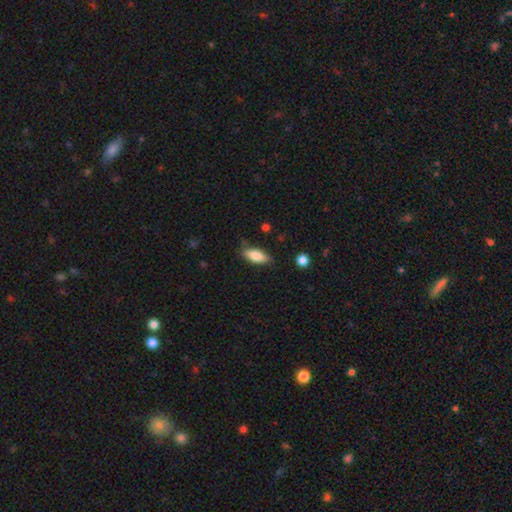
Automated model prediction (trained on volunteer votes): The model was most divided on "merging": none: 75%, minor disturbance: 20%, major disturbance: 4%, merger: 2%. More confident: smooth or featured — smooth (82%); how rounded — in between (81%).